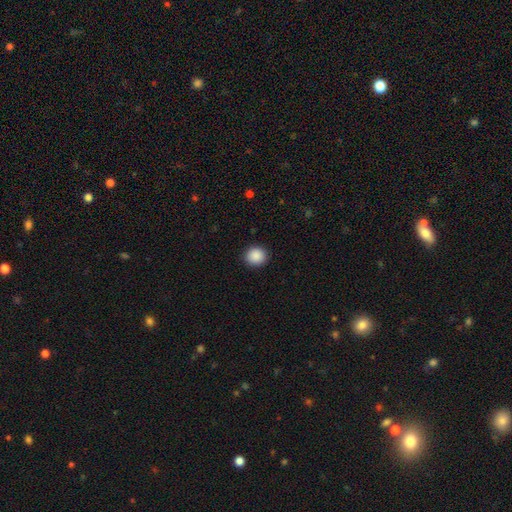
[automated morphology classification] Smooth or featured? Predicted: smooth (p=0.89). How rounded? Predicted: round (p=0.86). Merging? Predicted: none (p=0.91).